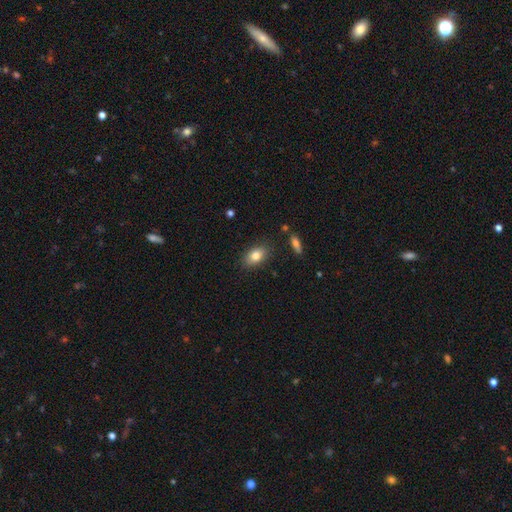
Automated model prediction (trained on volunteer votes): A smooth galaxy with no disk features (81%) that is in between round and cigar-shaped (87%). Merging: none (85%).